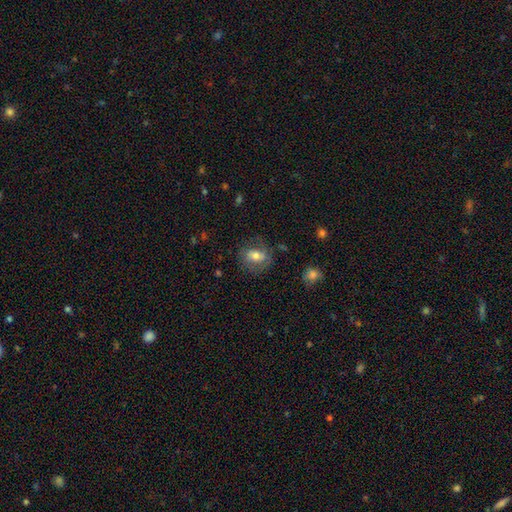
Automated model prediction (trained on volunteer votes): The model was most divided on "how rounded": in between: 57%, round: 41%, cigar-shaped: 2%. More confident: merging — none (69%); smooth or featured — smooth (59%).